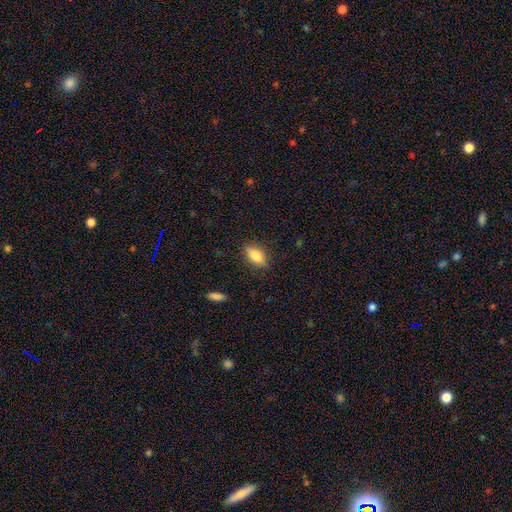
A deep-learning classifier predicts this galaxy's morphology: This is likely a smooth galaxy (72%). How rounded: likely in between (80%). Merging: clearly none (84%).